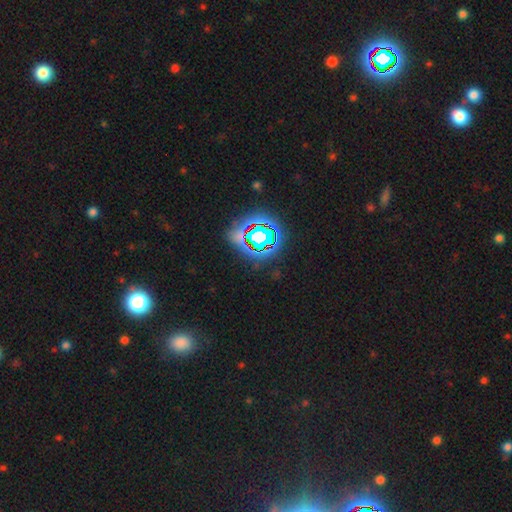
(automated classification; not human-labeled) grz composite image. It shows a star or artifact, not a galaxy (79%).